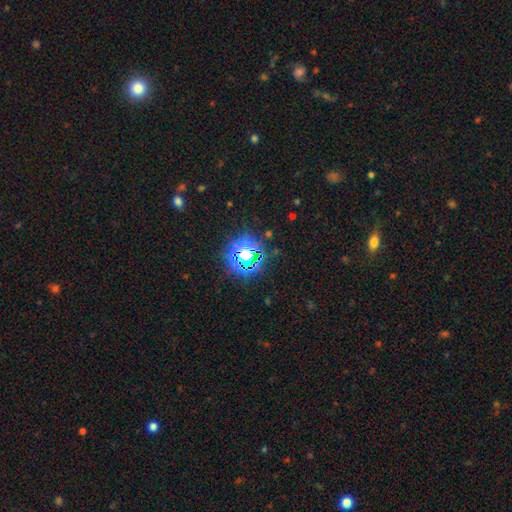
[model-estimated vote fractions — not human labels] Smooth or featured? star or artifact (71%)